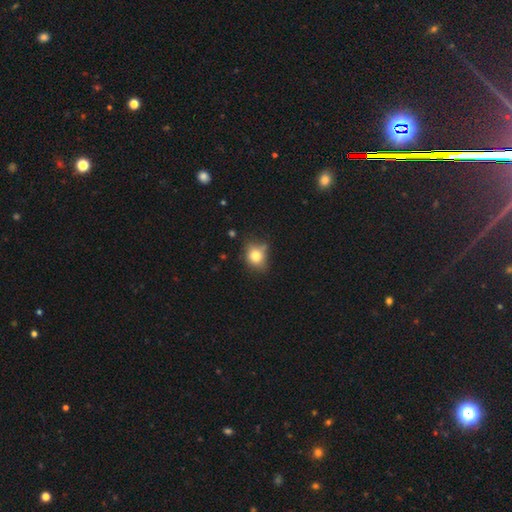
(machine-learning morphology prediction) A smooth galaxy with no disk features (77%) that is round (57%).

Vote fractions:
- Smooth or featured? smooth: 77% / featured or disk: 12% / star or artifact: 11%
- How rounded? round: 57% / in between: 42% / cigar-shaped: 1%
- Merging? none: 62% / minor disturbance: 25% / major disturbance: 6% / merger: 6%